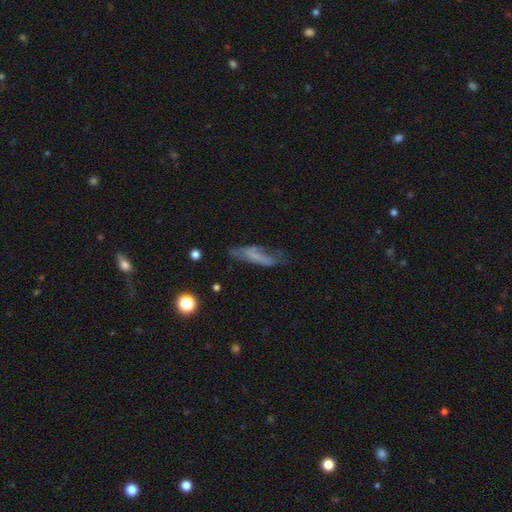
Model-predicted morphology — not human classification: smooth_or_featured: smooth (p=0.49) [alt: featured or disk p=0.39]
merging: none (p=0.48) [alt: minor disturbance p=0.29]